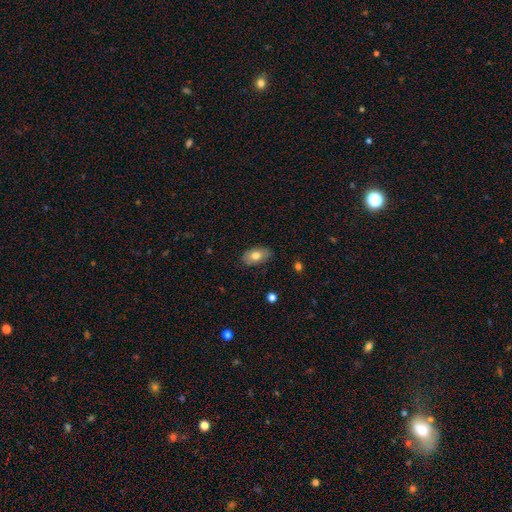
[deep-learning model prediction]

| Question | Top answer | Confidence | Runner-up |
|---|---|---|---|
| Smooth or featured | smooth | 74% | featured or disk (19%) |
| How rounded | in between | 92% | round (6%) |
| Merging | none | 84% | minor disturbance (12%) |